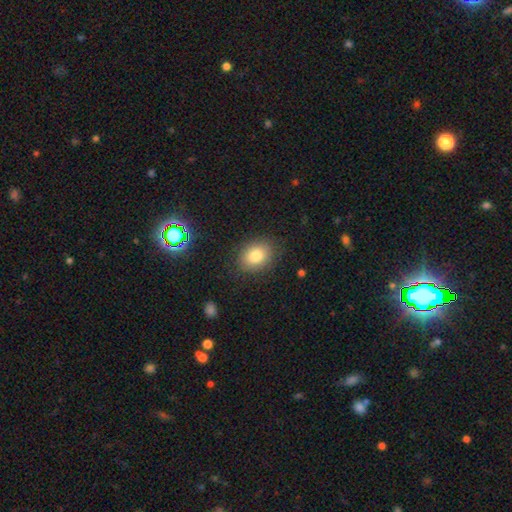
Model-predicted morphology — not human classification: A smooth galaxy with no disk features (81%) that is in between round and cigar-shaped (60%). Merging: none (83%).